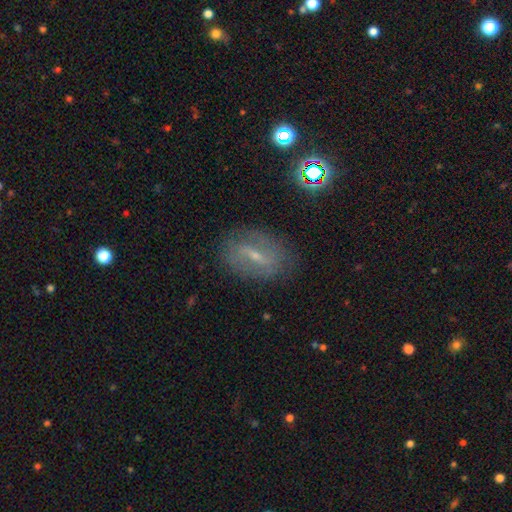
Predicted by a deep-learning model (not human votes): Smooth or featured? featured or disk (61%)
Edge-on disk? no (87%)
Bar? strong (44%)
Spiral arms? yes (54%)
Bulge size? small (67%)
Merging? none (79%)